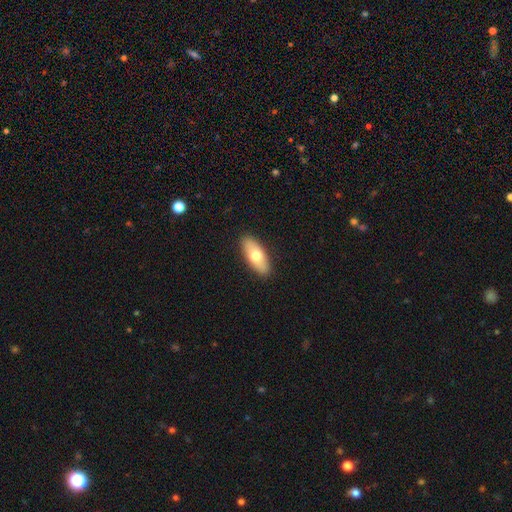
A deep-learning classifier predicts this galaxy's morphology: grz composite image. It shows a smooth galaxy with no disk features (70%) that is in between round and cigar-shaped (80%). Merging: none (90%).